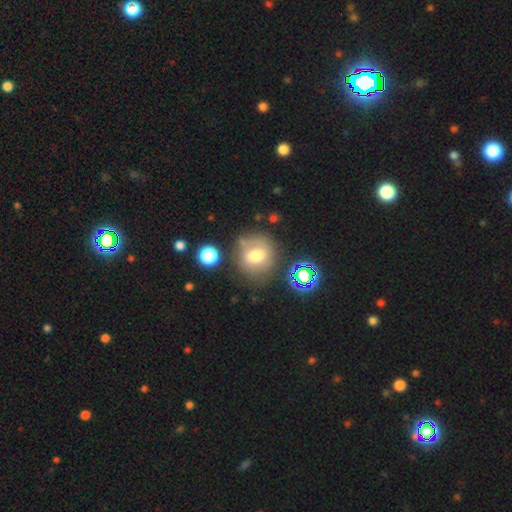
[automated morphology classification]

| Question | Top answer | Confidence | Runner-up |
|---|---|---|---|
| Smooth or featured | smooth | 60% | featured or disk (25%) |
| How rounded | round | 76% | in between (23%) |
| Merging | none | 64% | minor disturbance (19%) |